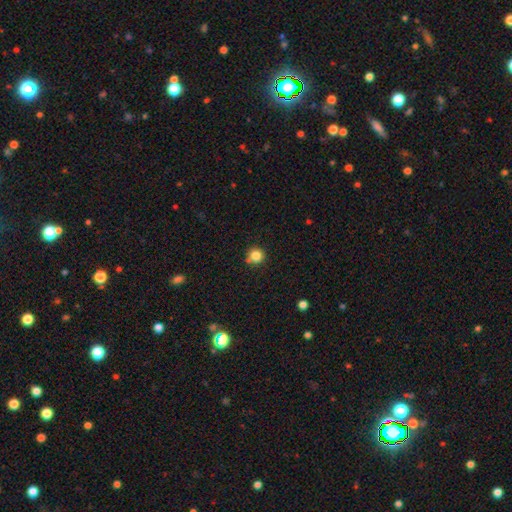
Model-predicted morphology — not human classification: This is clearly a smooth galaxy (83%). How rounded: clearly round (94%). Merging: likely none (80%).